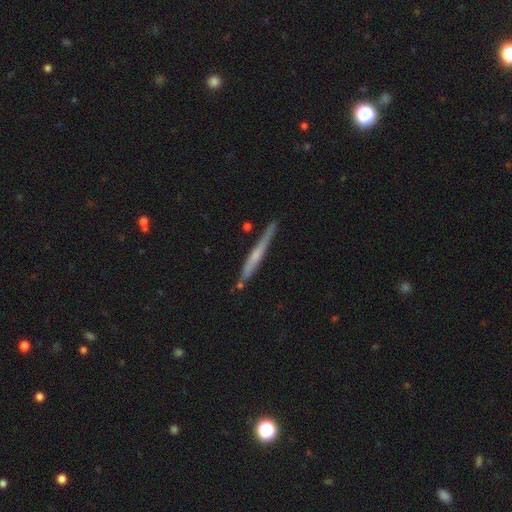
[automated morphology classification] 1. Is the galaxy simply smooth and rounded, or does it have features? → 56% featured or disk, 37% smooth, 7% star or artifact.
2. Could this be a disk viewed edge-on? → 96% yes, 4% no.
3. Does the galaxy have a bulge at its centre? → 54% none, 36% rounded, 10% boxy.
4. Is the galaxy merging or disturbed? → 80% none, 14% minor disturbance, 3% merger, 2% major disturbance.